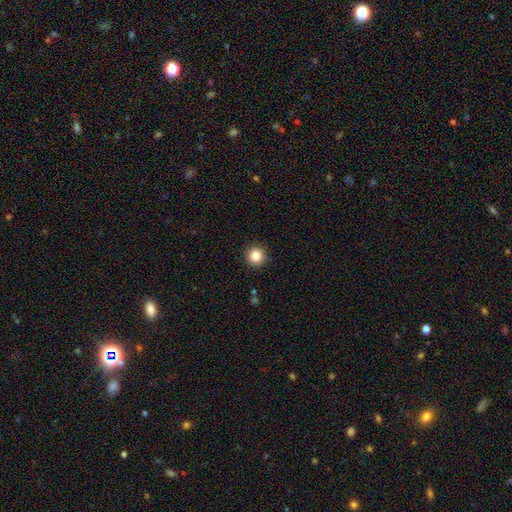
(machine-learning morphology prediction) Smooth or featured? Predicted: smooth (p=0.84). How rounded? Predicted: round (p=0.96). Merging? Predicted: none (p=0.92).